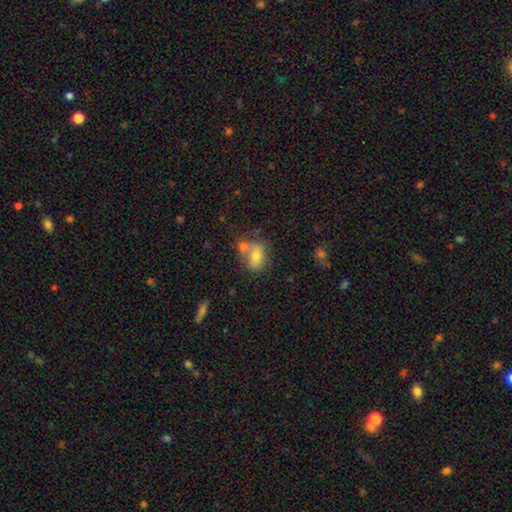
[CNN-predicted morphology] smooth 70%, featured or disk 19%, star or artifact 11%. Down the decision tree: how rounded — in between (69%); merging — none (45%).